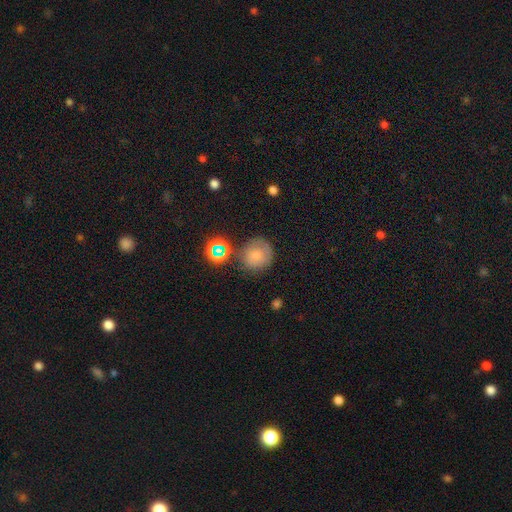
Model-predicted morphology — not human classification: Q: Smooth or featured?
A: smooth (73%); runner-up: star or artifact (14%)
Q: How rounded?
A: round (88%); runner-up: in between (11%)
Q: Merging?
A: none (68%); runner-up: minor disturbance (18%)